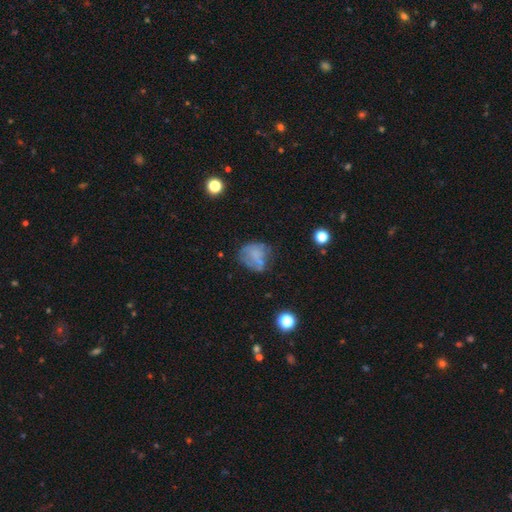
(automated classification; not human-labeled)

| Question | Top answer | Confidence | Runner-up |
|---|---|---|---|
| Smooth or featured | smooth | 54% | featured or disk (33%) |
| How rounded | round | 60% | in between (38%) |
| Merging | none | 46% | minor disturbance (28%) |